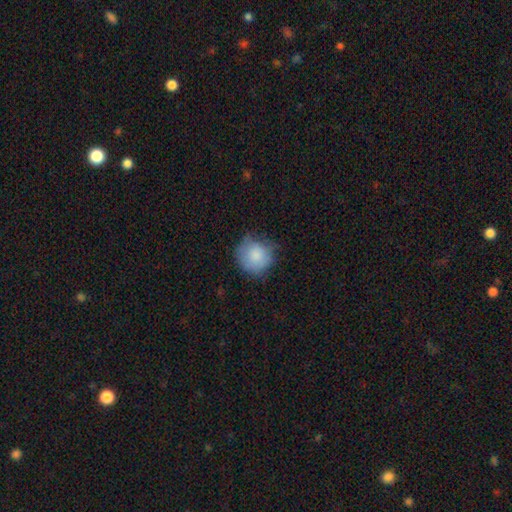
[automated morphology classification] Smooth or featured? Predicted: smooth (p=0.82). How rounded? Predicted: round (p=0.90). Merging? Predicted: none (p=0.59).